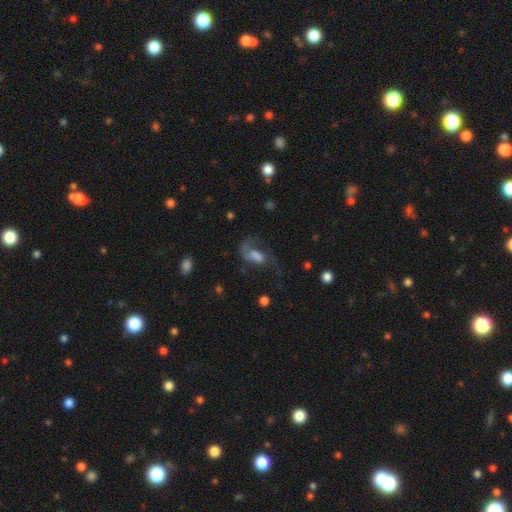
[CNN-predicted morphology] A featured or disk galaxy (59%) with no bar (51%), spiral arms (82%) and a moderate central bulge (32%).

Vote fractions:
- Smooth or featured? featured or disk: 59% / smooth: 29% / star or artifact: 12%
- Edge-on disk? no: 95% / yes: 5%
- Bar? no: 51% / weak: 37% / strong: 12%
- Spiral arms? yes: 82% / no: 18%
- Bulge size? moderate: 32% / large: 27% / none: 21% / small: 16% / dominant: 4%
- Merging? major disturbance: 44% / none: 35% / minor disturbance: 16% / merger: 5%